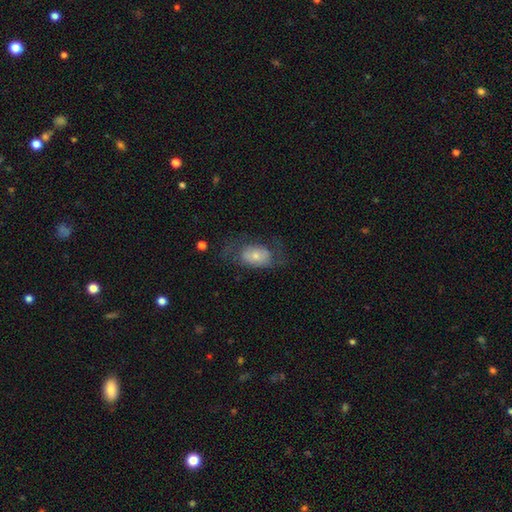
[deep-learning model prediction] Morphology: type=smooth (56%); roundness=in between (84%); merging=none (49%).